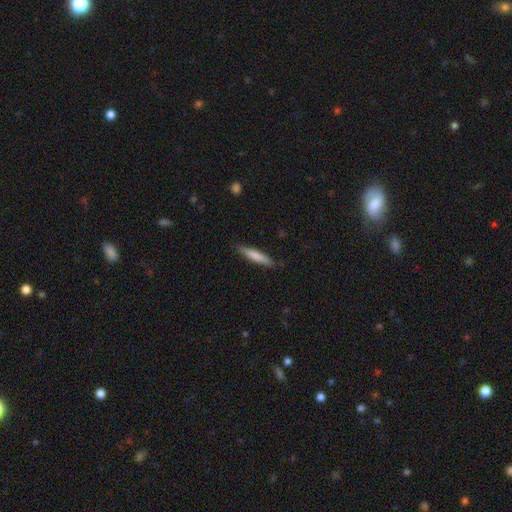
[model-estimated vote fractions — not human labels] smooth-or-featured: smooth: 75% | featured or disk: 20% | star or artifact: 5%
  how-rounded: cigar-shaped: 88% | in between: 11% | round: 1%
  merging: none: 85% | minor disturbance: 12% | major disturbance: 2% | merger: 1%